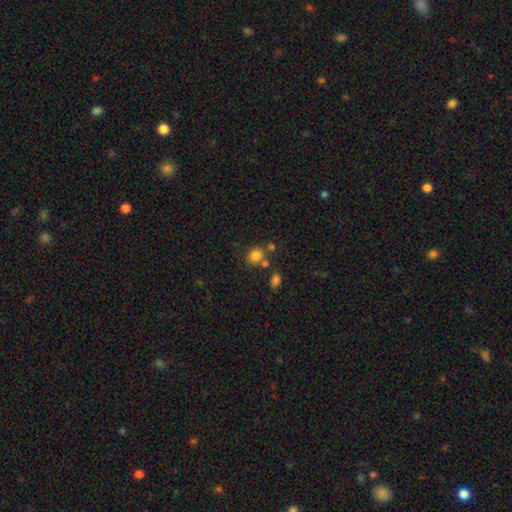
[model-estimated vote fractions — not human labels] Q: Smooth or featured?
A: smooth (80%); runner-up: star or artifact (13%)
Q: How rounded?
A: round (70%); runner-up: in between (29%)
Q: Merging?
A: none (64%); runner-up: merger (19%)